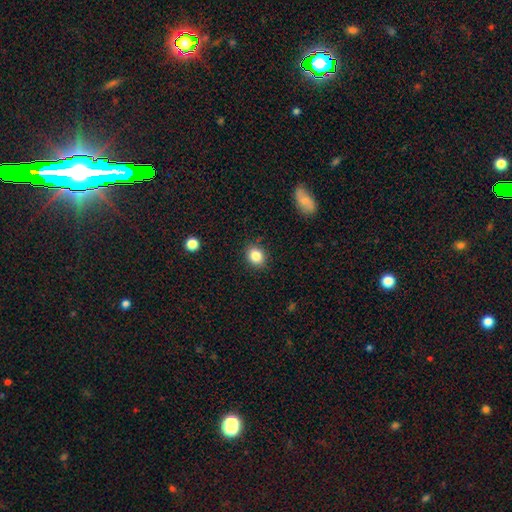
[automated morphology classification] Smooth or featured? smooth (84%)
How rounded? round (56%)
Merging? none (88%)